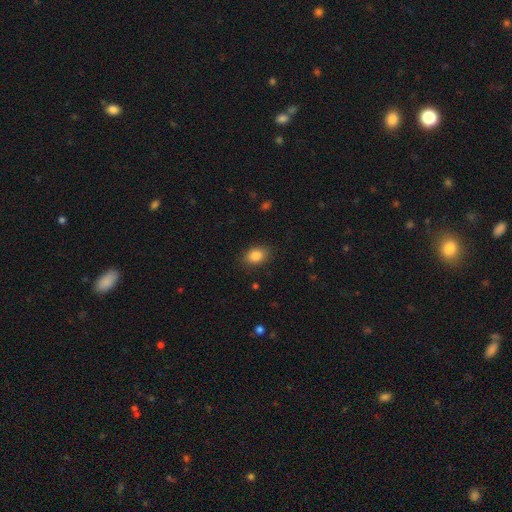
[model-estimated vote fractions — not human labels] This appears to be a smooth galaxy with no disk features (85%) that is in between round and cigar-shaped (72%). Merging: none (86%).